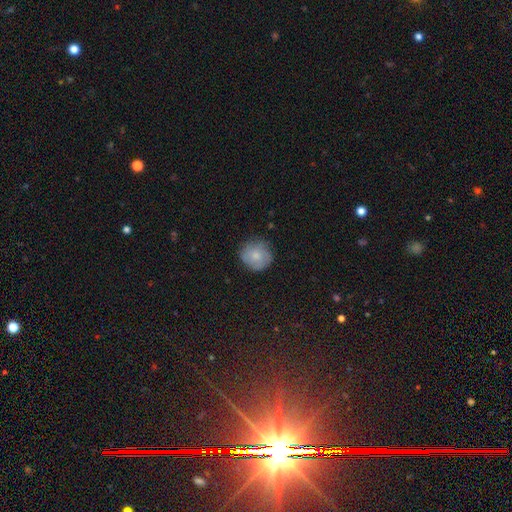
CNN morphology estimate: A smooth galaxy with no disk features (74%) that is round (91%).

Vote fractions:
- Smooth or featured? smooth: 74% / featured or disk: 19% / star or artifact: 7%
- How rounded? round: 91% / in between: 8% / cigar-shaped: 1%
- Merging? none: 77% / minor disturbance: 18% / major disturbance: 4% / merger: 1%